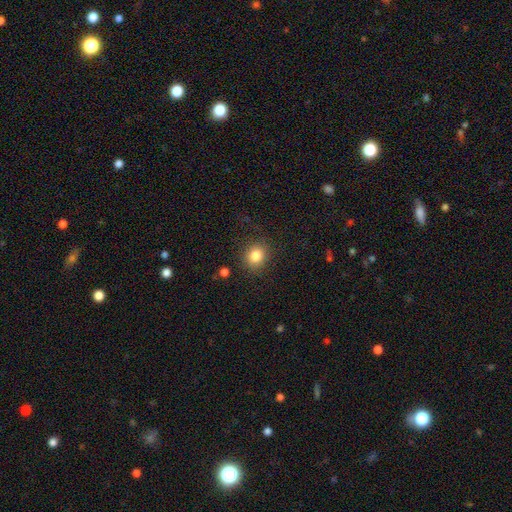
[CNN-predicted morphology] This appears to be a smooth galaxy with no disk features (84%) that is round (75%). Merging: none (87%).